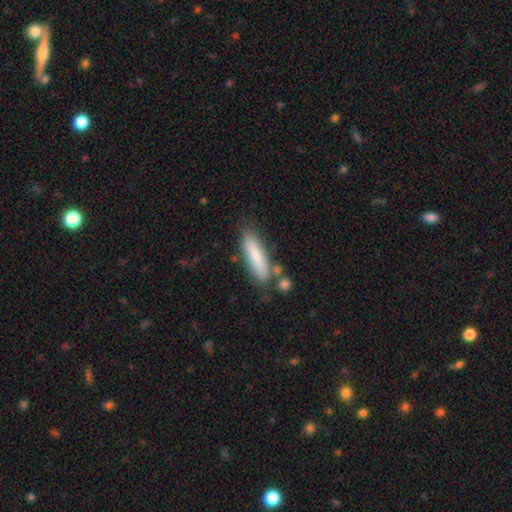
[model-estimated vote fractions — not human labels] This is likely a smooth galaxy (76%). How rounded: likely cigar-shaped (70%). Merging: likely none (72%).